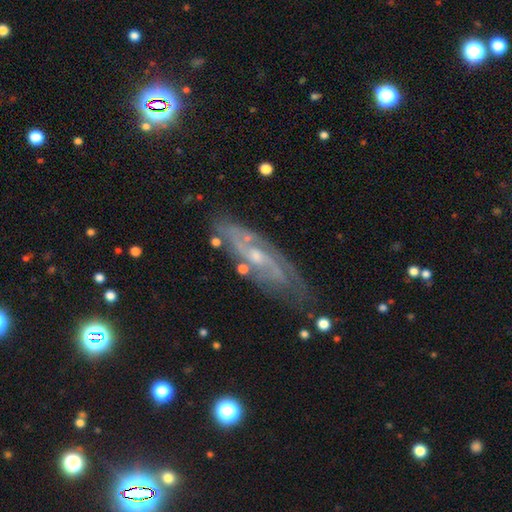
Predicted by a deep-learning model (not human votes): This appears to be a featured or disk galaxy (80%) with no bar (50%), 2 (47%) medium (42%) spiral arms (91%) and a small central bulge (66%). Merging: none (73%).